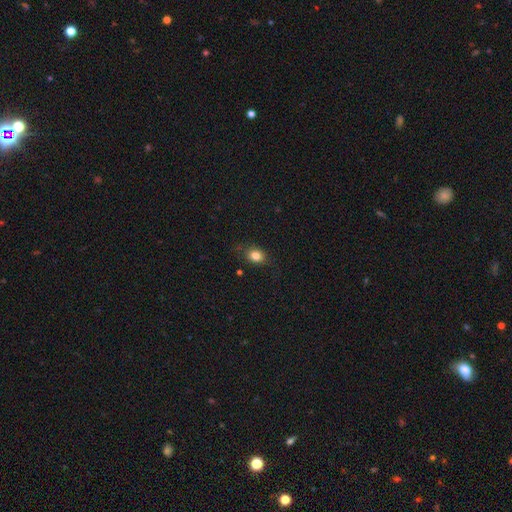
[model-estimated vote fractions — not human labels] Smooth or featured?
  - smooth: 82% *
  - star or artifact: 11%
  - featured or disk: 8%
How rounded?
  - in between: 58% *
  - round: 40%
  - cigar-shaped: 1%
Merging?
  - none: 77% *
  - minor disturbance: 17%
  - major disturbance: 5%
  - merger: 1%